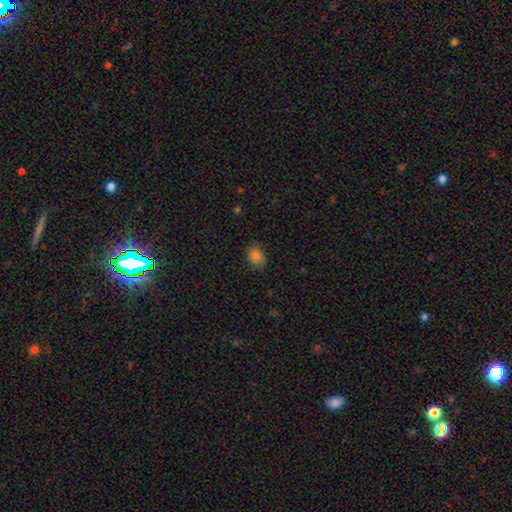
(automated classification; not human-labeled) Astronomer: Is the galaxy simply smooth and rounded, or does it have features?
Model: smooth — 83%.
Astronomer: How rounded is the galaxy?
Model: in between — 59% (runner-up: round, 40%).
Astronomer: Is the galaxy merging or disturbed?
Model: none — 78%.